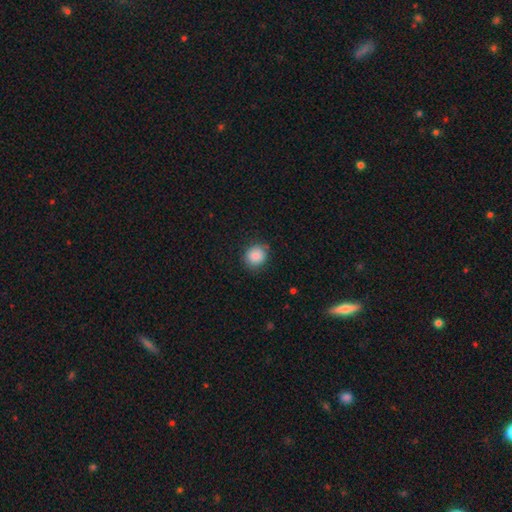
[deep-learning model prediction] Overall: smooth (87%). How rounded: round (83%). Merging: none (84%).